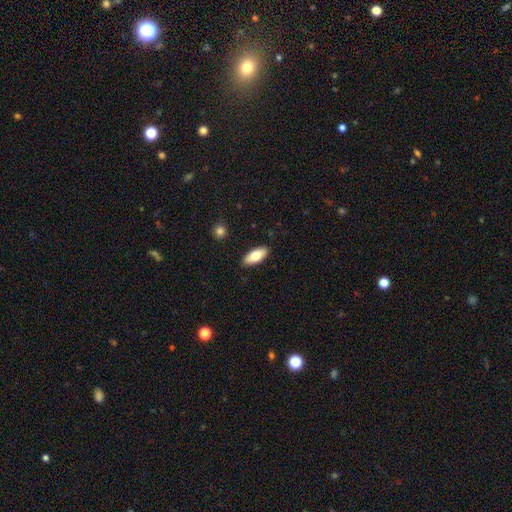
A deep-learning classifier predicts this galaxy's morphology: Q: Smooth or featured?
A: smooth (74%); runner-up: featured or disk (20%)
Q: How rounded?
A: in between (83%); runner-up: cigar-shaped (15%)
Q: Merging?
A: none (89%); runner-up: minor disturbance (8%)